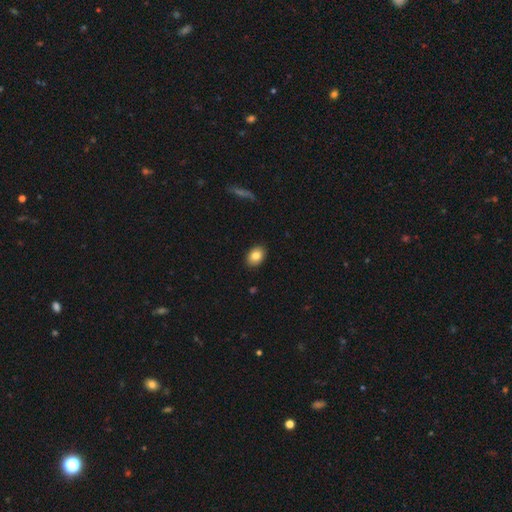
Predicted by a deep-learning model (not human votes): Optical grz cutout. It shows a smooth galaxy with no disk features (83%) that is in between round and cigar-shaped (76%). Merging: none (89%).